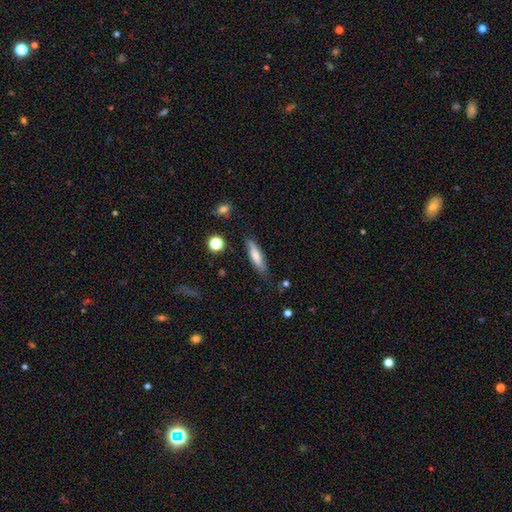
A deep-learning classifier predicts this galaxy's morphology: This is likely a smooth galaxy (71%). How rounded: likely cigar-shaped (73%). Merging: likely none (77%).